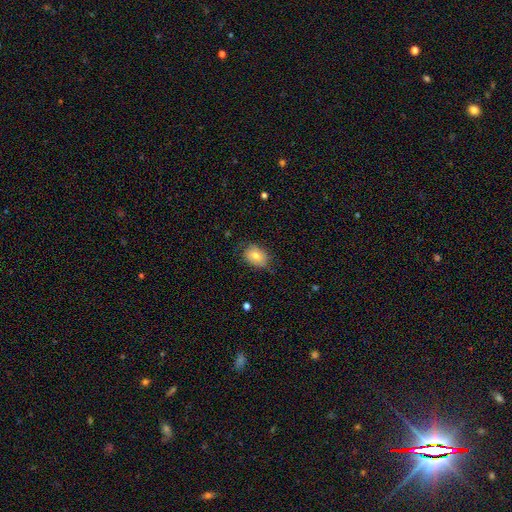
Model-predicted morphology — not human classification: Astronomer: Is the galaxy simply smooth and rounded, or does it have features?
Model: smooth — 73%.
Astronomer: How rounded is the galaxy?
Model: in between — 70%.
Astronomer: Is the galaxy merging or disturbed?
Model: none — 69%.